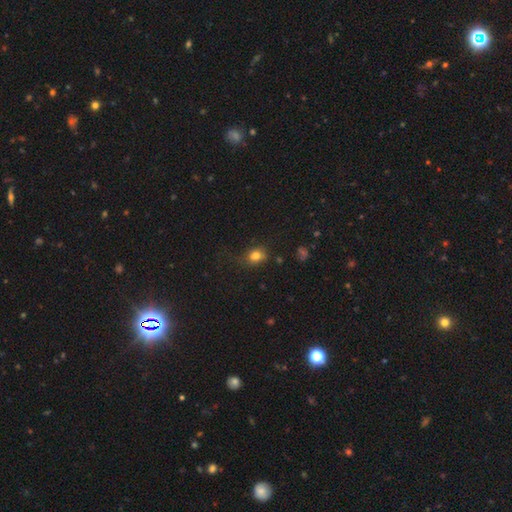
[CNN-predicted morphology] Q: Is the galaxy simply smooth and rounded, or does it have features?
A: smooth — 80%.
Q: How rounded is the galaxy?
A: round — 55%.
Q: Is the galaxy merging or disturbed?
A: none — 65%.